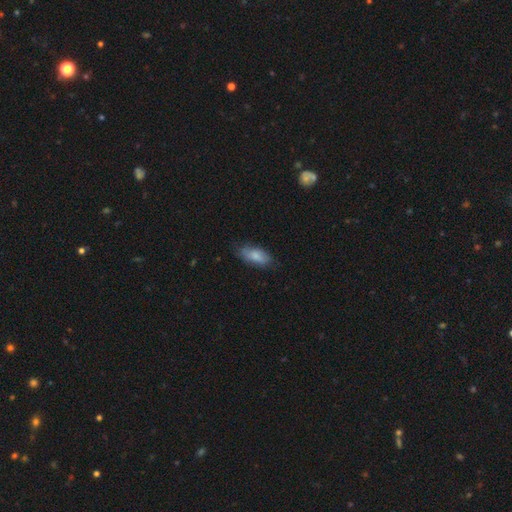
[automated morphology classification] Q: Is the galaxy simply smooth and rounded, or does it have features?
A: smooth — 78%.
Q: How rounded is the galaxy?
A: in between — 83%.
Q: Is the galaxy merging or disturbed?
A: none — 71%.